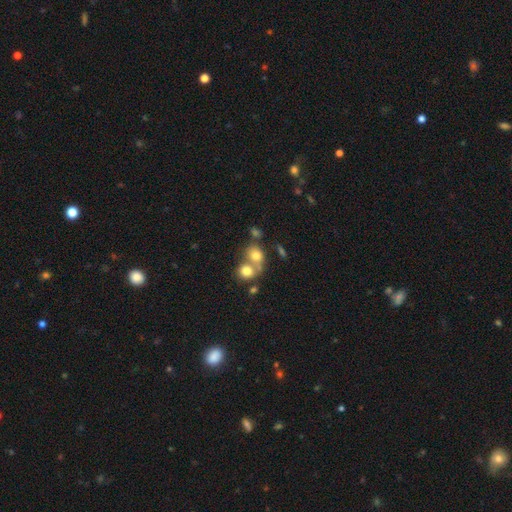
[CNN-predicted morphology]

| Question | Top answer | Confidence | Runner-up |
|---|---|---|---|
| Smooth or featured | smooth | 74% | featured or disk (15%) |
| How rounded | round | 63% | in between (36%) |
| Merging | merger | 57% | none (31%) |